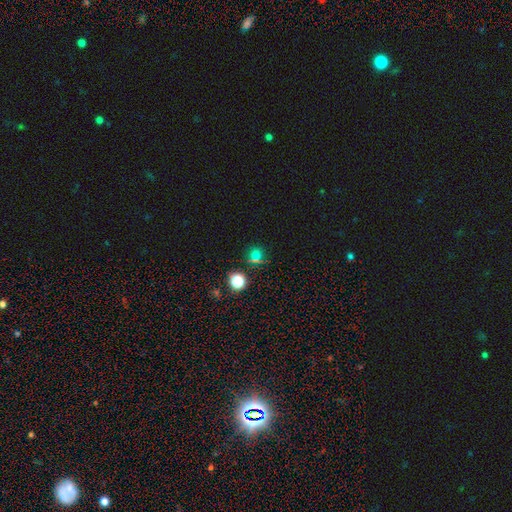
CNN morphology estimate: This appears to be a smooth galaxy with no disk features (50%) that is round (89%). Merging: none (73%).